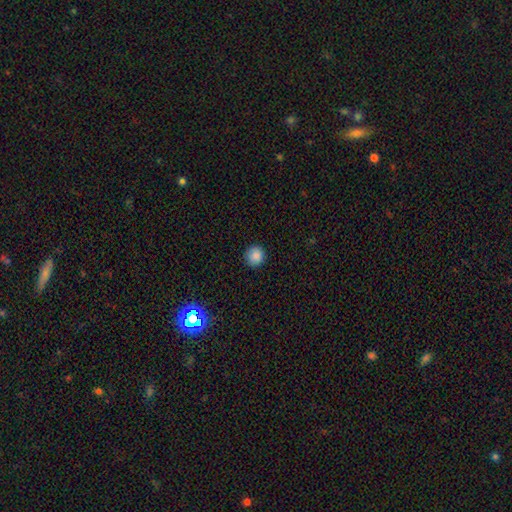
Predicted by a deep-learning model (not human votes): This is clearly a smooth galaxy (86%). How rounded: clearly round (92%). Merging: clearly none (90%).